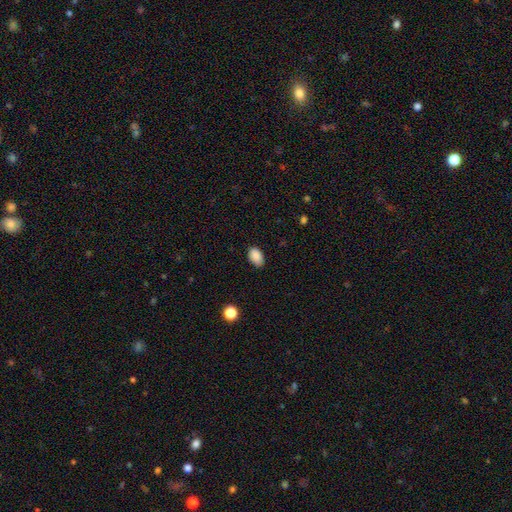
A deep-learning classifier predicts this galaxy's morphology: Q: Smooth or featured?
A: smooth (88%); runner-up: star or artifact (8%)
Q: How rounded?
A: in between (89%); runner-up: round (10%)
Q: Merging?
A: none (83%); runner-up: minor disturbance (14%)